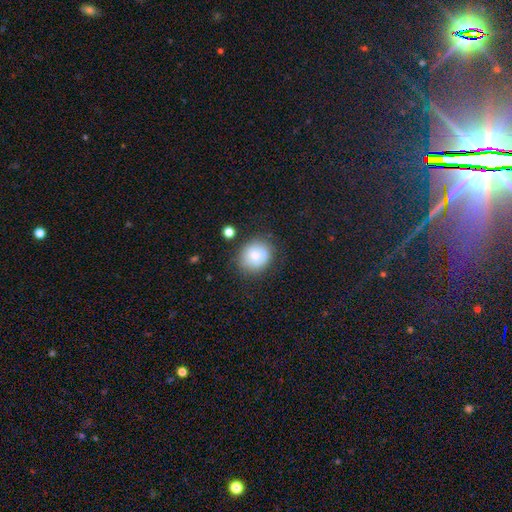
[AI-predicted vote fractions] The model was most divided on "smooth or featured": smooth: 69%, featured or disk: 22%, star or artifact: 9%. More confident: how rounded — round (76%); merging — none (74%).